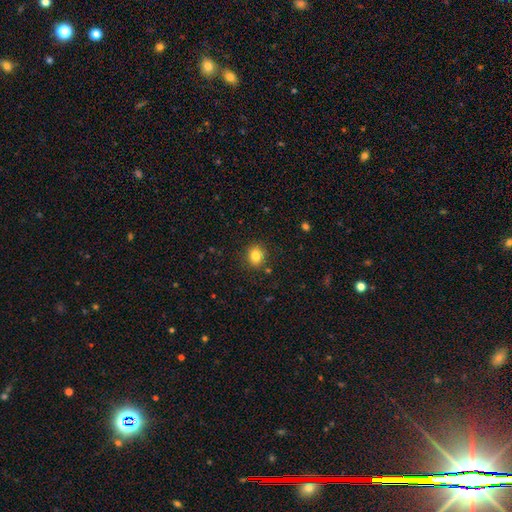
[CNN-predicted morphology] This appears to be a smooth galaxy with no disk features (82%) that is round (68%). Merging: none (87%).